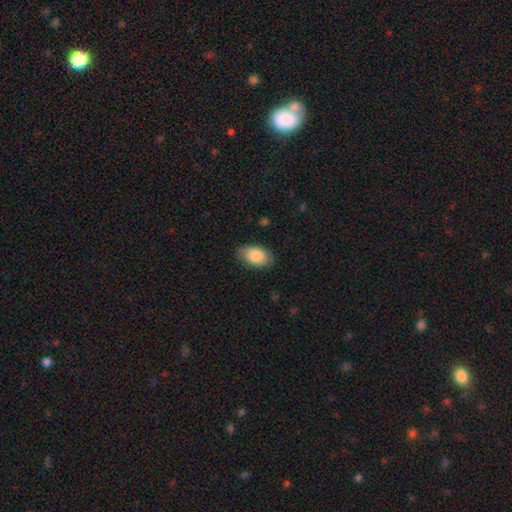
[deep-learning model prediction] This appears to be a smooth galaxy with no disk features (85%) that is in between round and cigar-shaped (93%). Merging: none (82%).